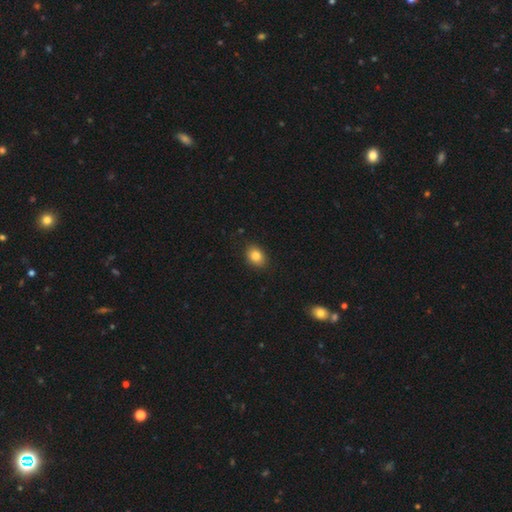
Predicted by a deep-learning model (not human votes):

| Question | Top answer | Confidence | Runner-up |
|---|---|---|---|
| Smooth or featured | smooth | 85% | star or artifact (9%) |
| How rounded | in between | 66% | round (33%) |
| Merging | none | 85% | minor disturbance (12%) |